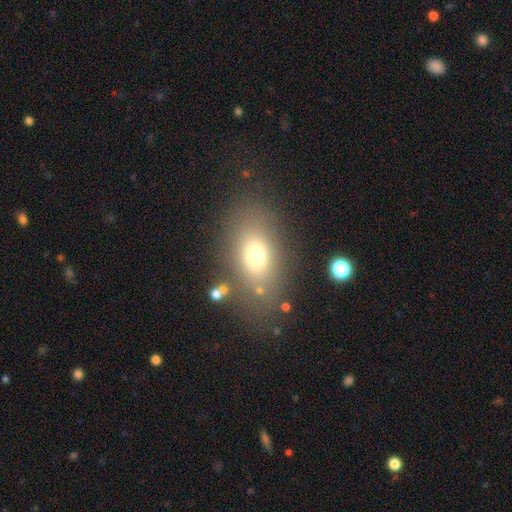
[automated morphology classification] Smooth or featured?
  - smooth: 70% *
  - featured or disk: 16%
  - star or artifact: 14%
How rounded?
  - in between: 77% *
  - round: 20%
  - cigar-shaped: 3%
Merging?
  - none: 74% *
  - minor disturbance: 13%
  - major disturbance: 8%
  - merger: 5%